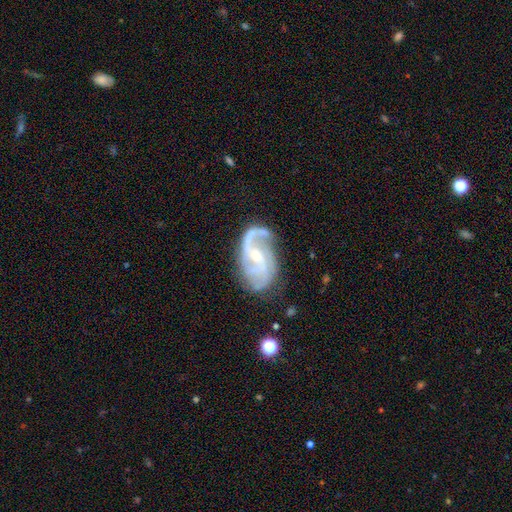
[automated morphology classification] Smooth or featured?
  - featured or disk: 90% *
  - star or artifact: 5%
  - smooth: 5%
Edge-on disk?
  - no: 97% *
  - yes: 3%
Bar?
  - no: 43% *
  - weak: 41%
  - strong: 15%
Spiral arms?
  - yes: 97% *
  - no: 3%
Spiral winding?
  - medium: 50% *
  - loose: 27%
  - tight: 23%
Spiral arm count?
  - 2: 62% *
  - 3: 16%
  - can't tell: 9%
  - 1: 5%
  - 4: 4%
  - more than 4: 4%
Bulge size?
  - small: 64% *
  - moderate: 33%
  - none: 1%
  - large: 1%
  - dominant: 1%
Merging?
  - none: 64% *
  - minor disturbance: 22%
  - major disturbance: 11%
  - merger: 3%